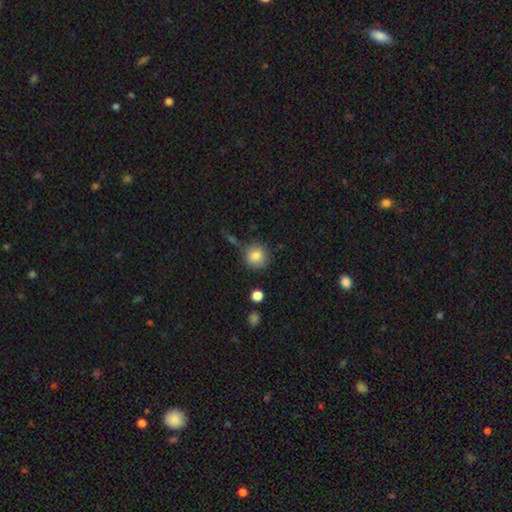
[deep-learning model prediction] smooth-or-featured: smooth: 84% | star or artifact: 9% | featured or disk: 8%
  how-rounded: round: 91% | in between: 8% | cigar-shaped: 1%
  merging: none: 78% | minor disturbance: 12% | merger: 6% | major disturbance: 4%